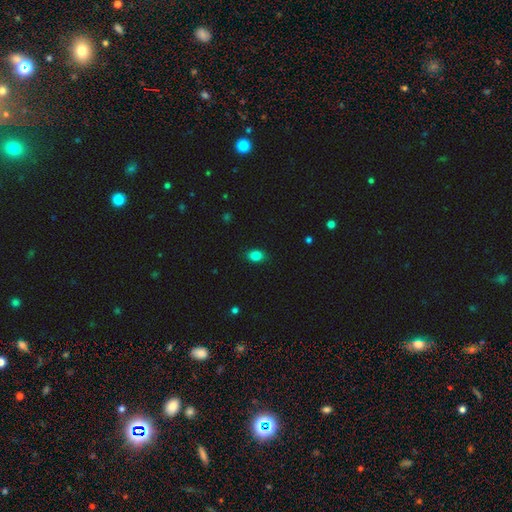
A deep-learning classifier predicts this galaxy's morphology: This appears to be a smooth galaxy with no disk features (84%) that is in between round and cigar-shaped (70%). Merging: none (88%).